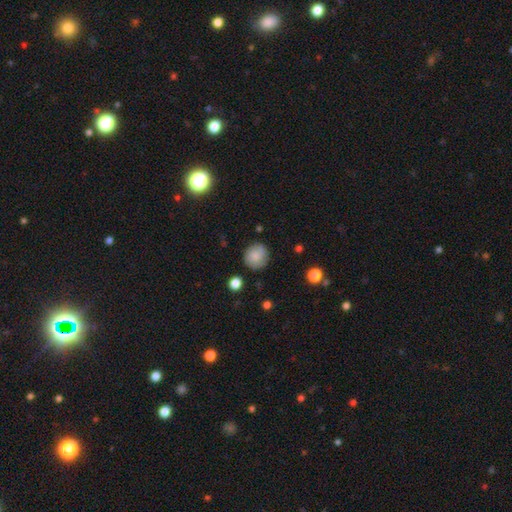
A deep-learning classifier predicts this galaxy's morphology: smooth-or-featured: smooth: 75% | featured or disk: 17% | star or artifact: 8%
  how-rounded: round: 89% | in between: 10% | cigar-shaped: 1%
  merging: none: 81% | minor disturbance: 14% | major disturbance: 4% | merger: 2%